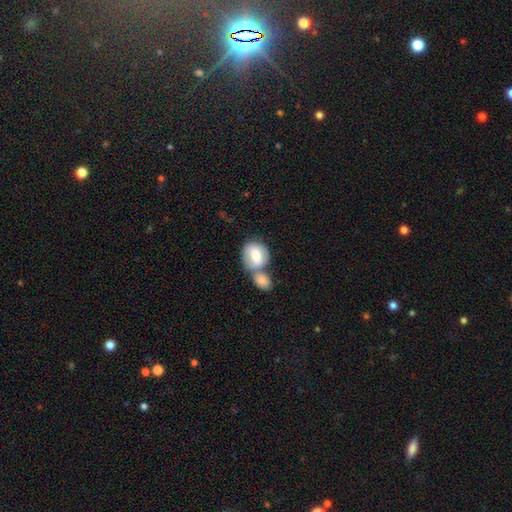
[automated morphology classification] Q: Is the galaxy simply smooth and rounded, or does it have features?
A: smooth — 68%.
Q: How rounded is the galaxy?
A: in between — 52%.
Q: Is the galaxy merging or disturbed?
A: merger — 60%.